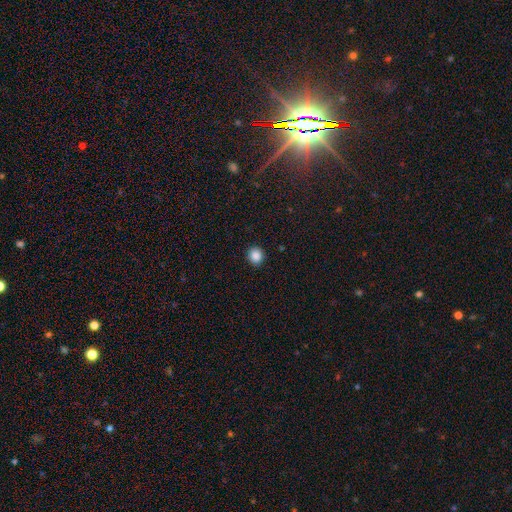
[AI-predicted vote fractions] Smooth or featured? smooth (87%)
How rounded? round (88%)
Merging? none (91%)